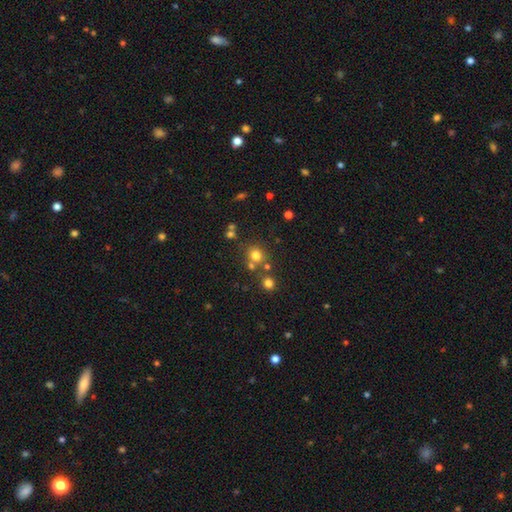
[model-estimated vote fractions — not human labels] Overall: smooth (73%). How rounded: round (82%). Merging: none (67%).